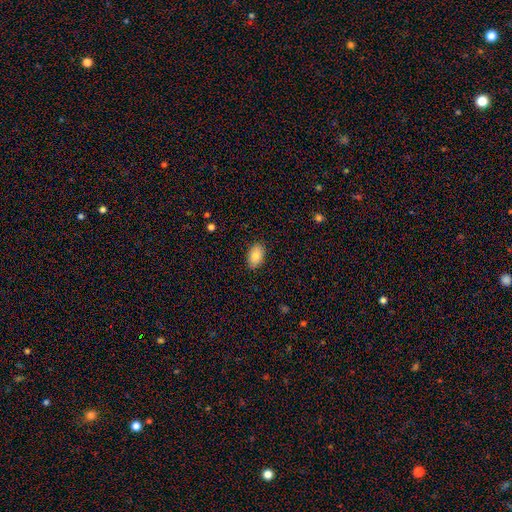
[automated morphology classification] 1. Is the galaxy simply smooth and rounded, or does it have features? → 86% smooth, 7% featured or disk, 7% star or artifact.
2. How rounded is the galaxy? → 93% in between, 6% round, 1% cigar-shaped.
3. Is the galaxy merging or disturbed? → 88% none, 9% minor disturbance, 2% major disturbance, 1% merger.